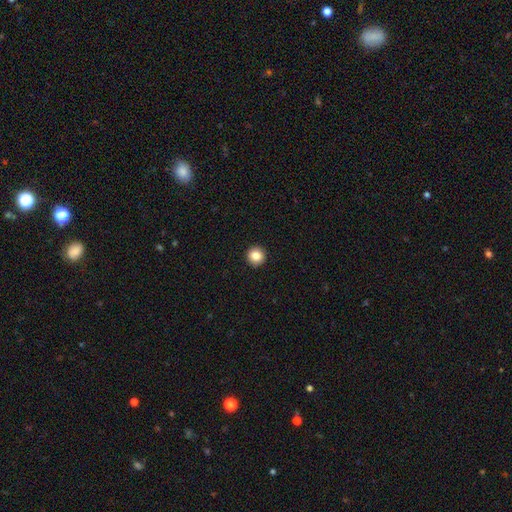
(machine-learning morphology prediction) A smooth galaxy with no disk features (84%) that is round (95%).

Vote fractions:
- Smooth or featured? smooth: 84% / star or artifact: 9% / featured or disk: 6%
- How rounded? round: 95% / in between: 4% / cigar-shaped: 1%
- Merging? none: 94% / minor disturbance: 4% / major disturbance: 1% / merger: 1%